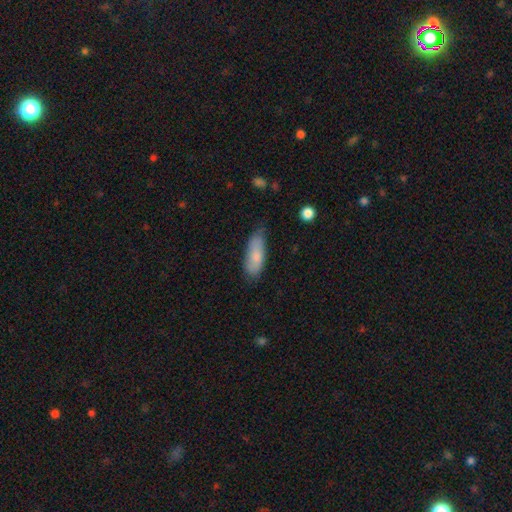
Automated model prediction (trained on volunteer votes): A smooth galaxy with no disk features (81%) that is in between round and cigar-shaped (67%).

Vote fractions:
- Smooth or featured? smooth: 81% / featured or disk: 13% / star or artifact: 6%
- How rounded? in between: 67% / cigar-shaped: 32% / round: 2%
- Merging? none: 61% / minor disturbance: 31% / major disturbance: 6% / merger: 2%